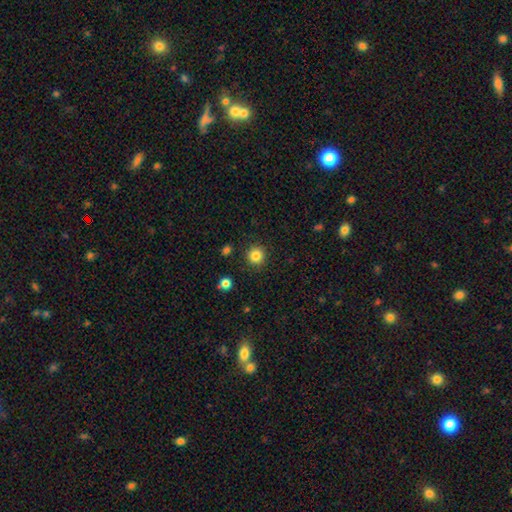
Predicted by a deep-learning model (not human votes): This is clearly a smooth galaxy (84%). How rounded: clearly round (94%). Merging: clearly none (91%).